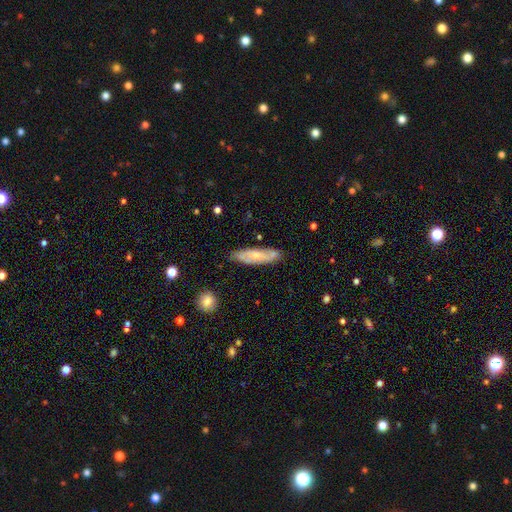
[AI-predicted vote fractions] A smooth galaxy with no disk features (48%). Merging: none (71%).